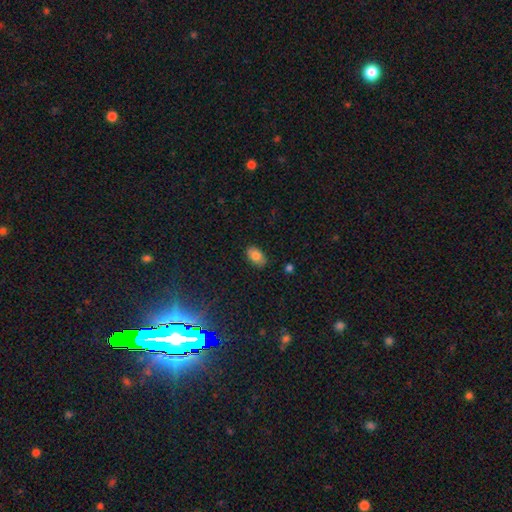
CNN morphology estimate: Q: Smooth or featured?
A: smooth (82%); runner-up: featured or disk (9%)
Q: How rounded?
A: in between (91%); runner-up: round (8%)
Q: Merging?
A: none (84%); runner-up: minor disturbance (13%)